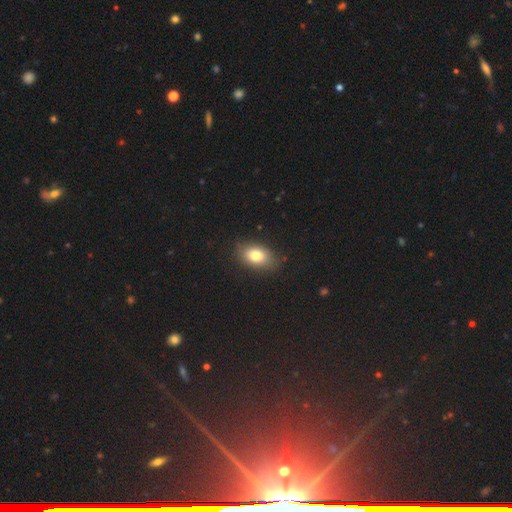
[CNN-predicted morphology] Smooth or featured?
  - smooth: 78% *
  - featured or disk: 12%
  - star or artifact: 10%
How rounded?
  - in between: 83% *
  - round: 15%
  - cigar-shaped: 2%
Merging?
  - none: 81% *
  - minor disturbance: 14%
  - major disturbance: 3%
  - merger: 1%